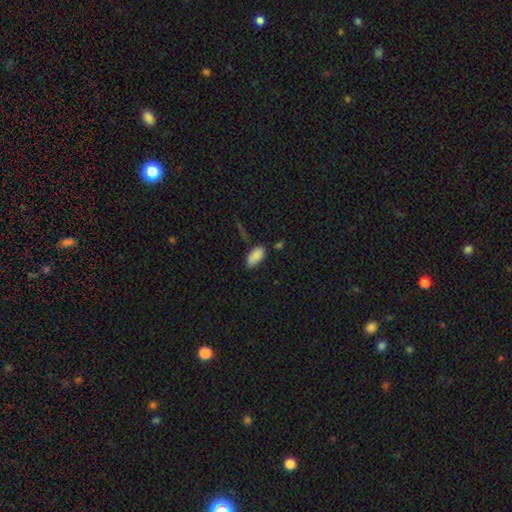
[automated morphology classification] A smooth galaxy with no disk features (87%) that is in between round and cigar-shaped (92%). Merging: none (71%).